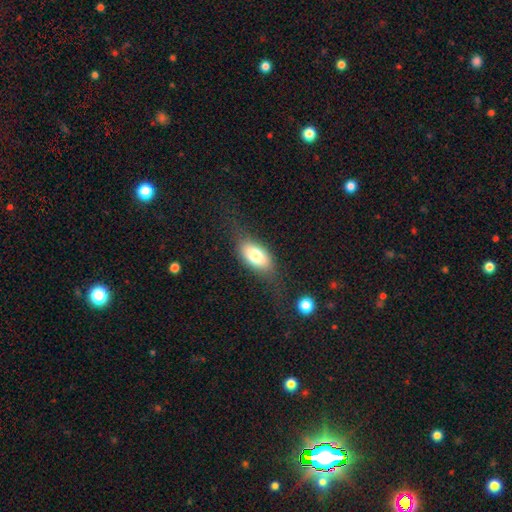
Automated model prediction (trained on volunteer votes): A smooth galaxy with no disk features (73%) that is in between round and cigar-shaped (87%). Merging: none (68%).